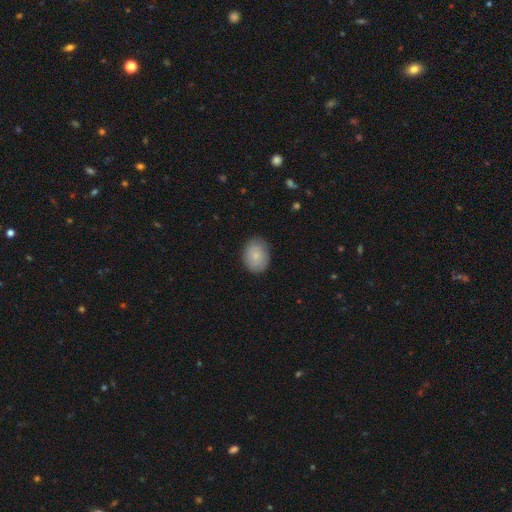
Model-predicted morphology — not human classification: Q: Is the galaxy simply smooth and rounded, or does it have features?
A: smooth — 81%.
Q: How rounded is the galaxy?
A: in between — 62%.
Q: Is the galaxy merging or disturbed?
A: none — 82%.